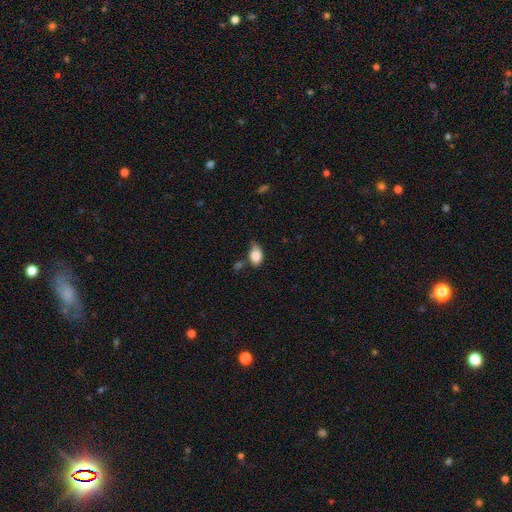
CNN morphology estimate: Smooth or featured?
  - smooth: 83% *
  - featured or disk: 9%
  - star or artifact: 8%
How rounded?
  - in between: 85% *
  - round: 13%
  - cigar-shaped: 2%
Merging?
  - minor disturbance: 39% *
  - none: 38%
  - major disturbance: 13%
  - merger: 10%